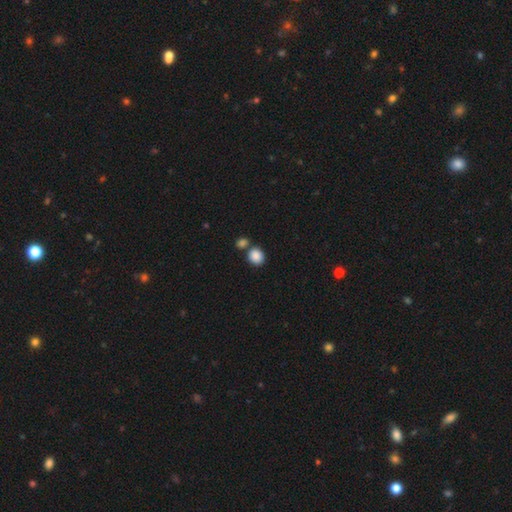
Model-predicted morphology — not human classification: Q: Smooth or featured?
A: smooth (88%); runner-up: star or artifact (8%)
Q: How rounded?
A: round (71%); runner-up: in between (28%)
Q: Merging?
A: none (61%); runner-up: merger (27%)